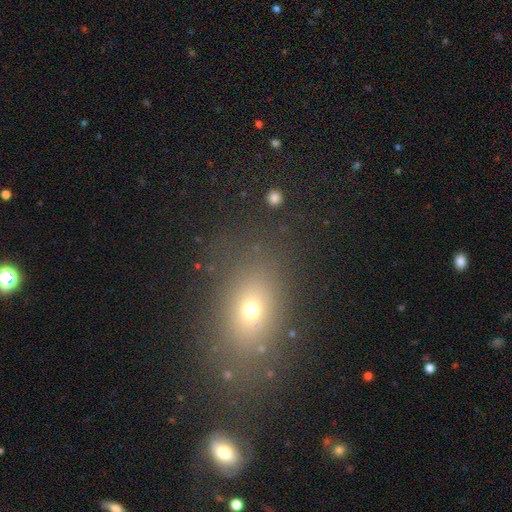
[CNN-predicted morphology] Smooth or featured: smooth — 60% (star or artifact — 27%)
How rounded: in between — 68% (round — 28%)
Merging: none — 80% (minor disturbance — 11%)